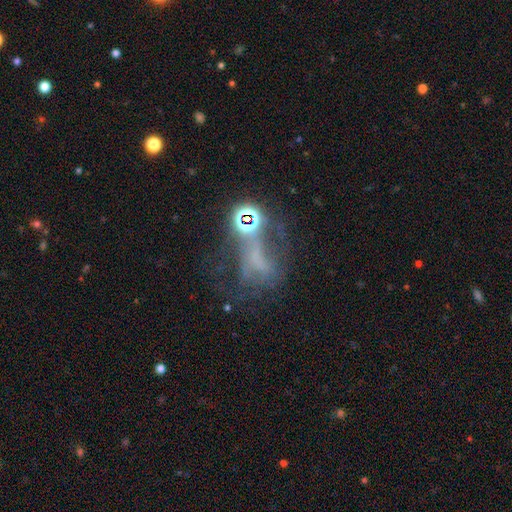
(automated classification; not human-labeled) Morphology: type=featured or disk (40%, tied with star or artifact); merging=major disturbance (40%).